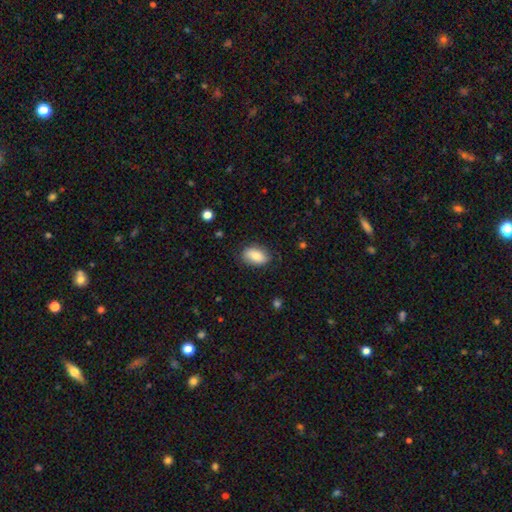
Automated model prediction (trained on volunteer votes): Smooth or featured?
  - smooth: 80% *
  - featured or disk: 13%
  - star or artifact: 7%
How rounded?
  - in between: 89% *
  - round: 8%
  - cigar-shaped: 3%
Merging?
  - none: 81% *
  - minor disturbance: 14%
  - major disturbance: 3%
  - merger: 1%